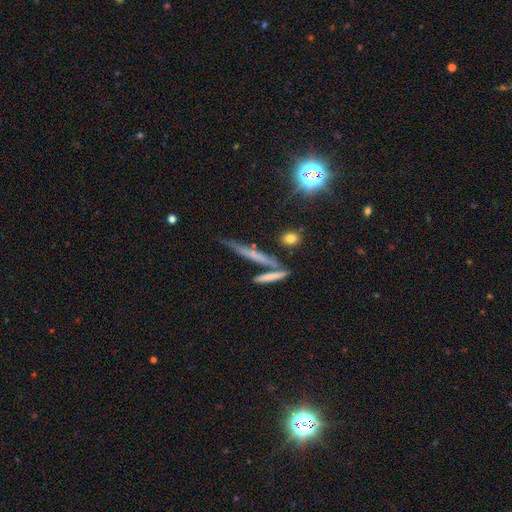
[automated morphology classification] Smooth or featured: featured or disk — 42% (smooth — 41%)
Merging: none — 65% (merger — 16%)